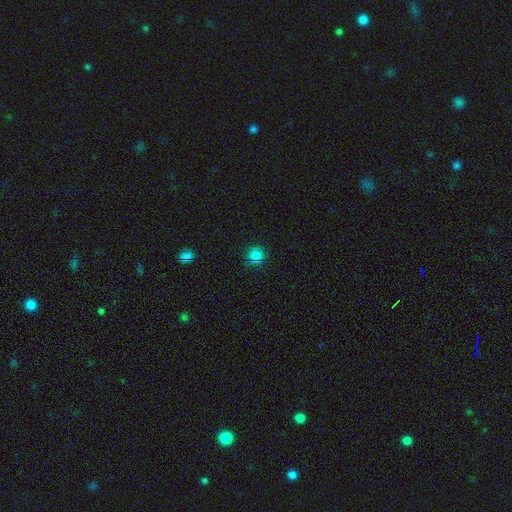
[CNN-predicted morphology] smooth 81%, star or artifact 14%, featured or disk 5%. Down the decision tree: how rounded — round (93%); merging — none (86%).